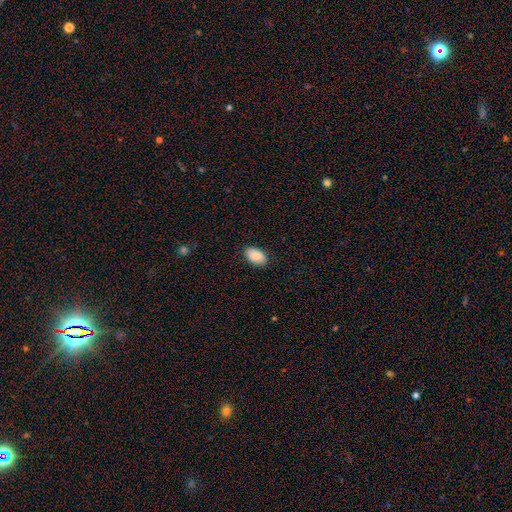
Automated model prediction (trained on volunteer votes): Smooth or featured?
  - smooth: 87% *
  - featured or disk: 7%
  - star or artifact: 6%
How rounded?
  - in between: 93% *
  - round: 5%
  - cigar-shaped: 1%
Merging?
  - none: 87% *
  - minor disturbance: 10%
  - major disturbance: 2%
  - merger: 1%